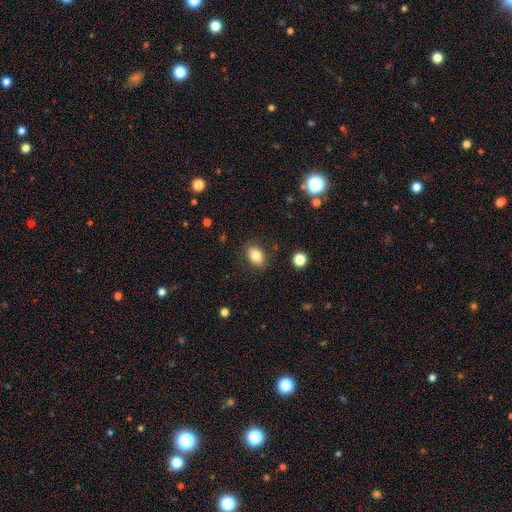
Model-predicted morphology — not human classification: Smooth or featured? smooth (82%)
How rounded? in between (73%)
Merging? none (85%)